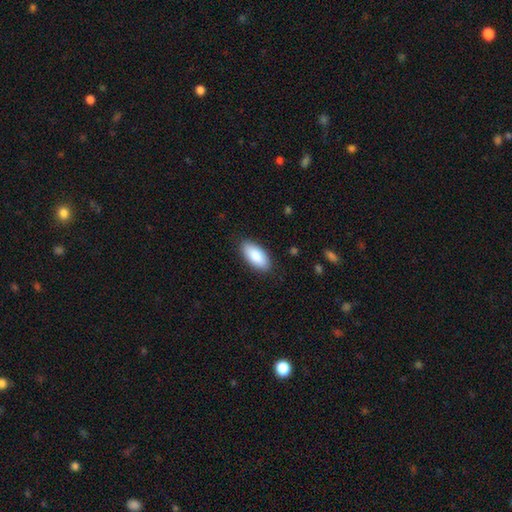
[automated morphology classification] This appears to be a smooth galaxy with no disk features (90%) that is in between round and cigar-shaped (91%). Merging: none (87%).